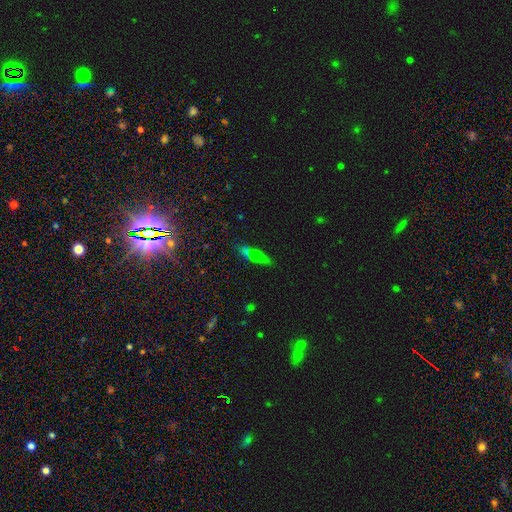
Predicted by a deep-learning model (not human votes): This is possibly a smooth galaxy (47%). Merging: possibly none (58%).